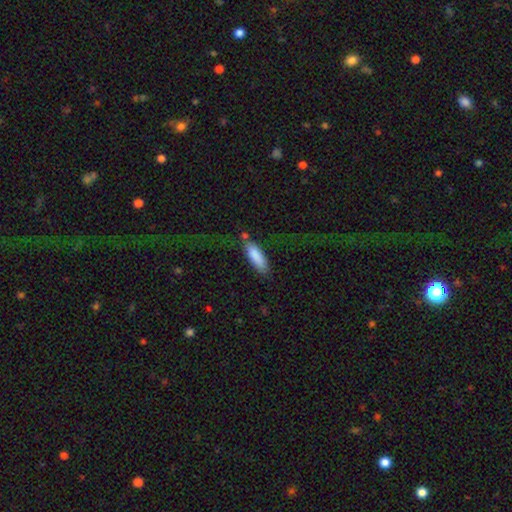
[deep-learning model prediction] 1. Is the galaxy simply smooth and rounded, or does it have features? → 85% smooth, 9% featured or disk, 6% star or artifact.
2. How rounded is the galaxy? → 56% in between, 42% cigar-shaped, 2% round.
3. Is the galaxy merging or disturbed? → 62% none, 21% minor disturbance, 10% major disturbance, 6% merger.